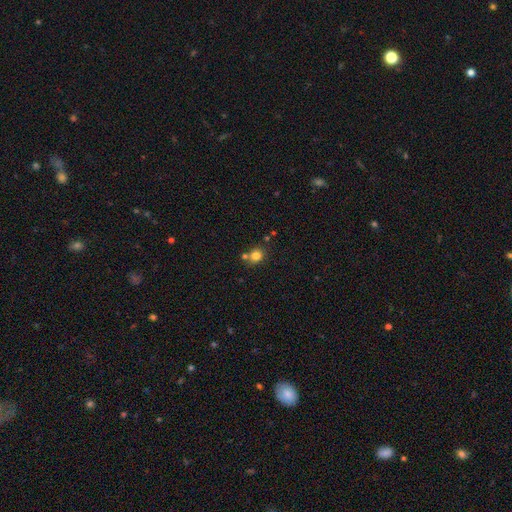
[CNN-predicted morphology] smooth_or_featured: smooth (p=0.80) [alt: star or artifact p=0.12]
how_rounded: round (p=0.78) [alt: in between p=0.21]
merging: none (p=0.65) [alt: merger p=0.22]